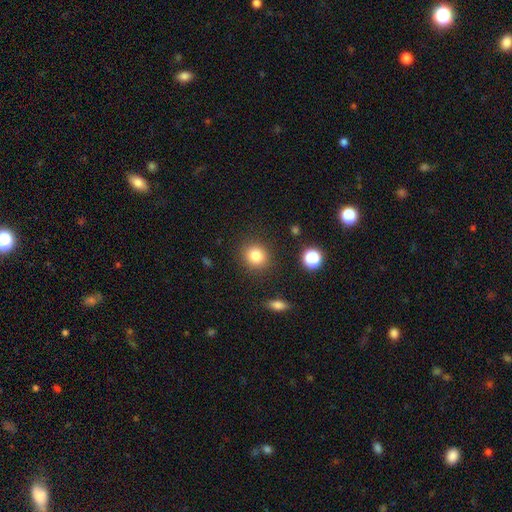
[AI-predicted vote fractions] Smooth or featured? smooth (83%)
How rounded? round (82%)
Merging? none (87%)